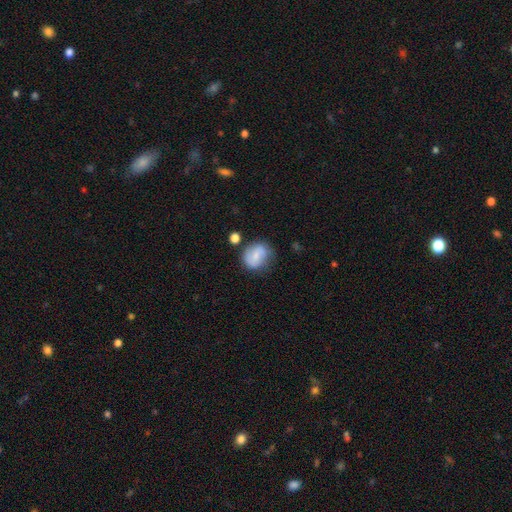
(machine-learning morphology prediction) A smooth galaxy with no disk features (52%) that is round (67%).

Vote fractions:
- Smooth or featured? smooth: 52% / featured or disk: 39% / star or artifact: 8%
- How rounded? round: 67% / in between: 32% / cigar-shaped: 1%
- Merging? none: 66% / minor disturbance: 21% / major disturbance: 7% / merger: 7%